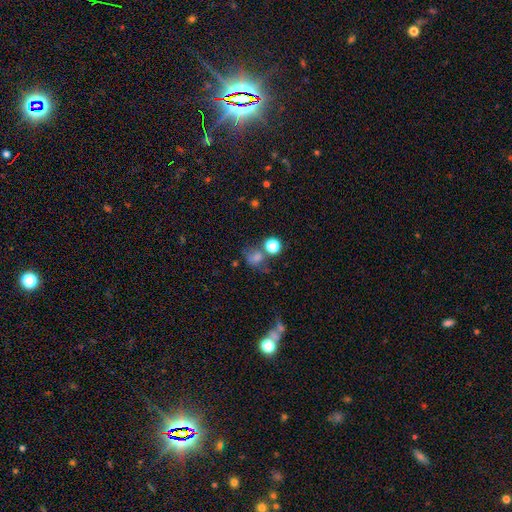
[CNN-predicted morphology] Smooth or featured: smooth — 47% (star or artifact — 34%)
Merging: none — 53% (merger — 17%)